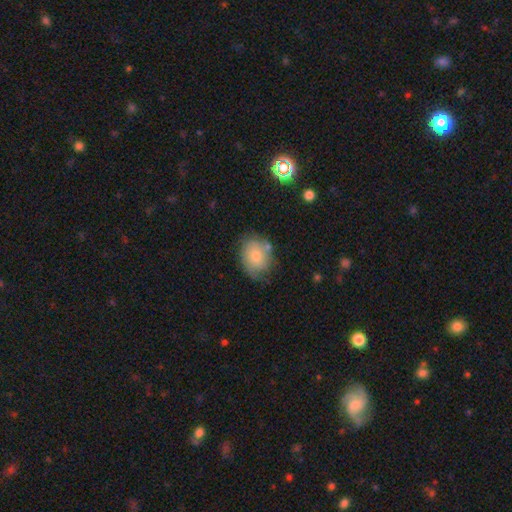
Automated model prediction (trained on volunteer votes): Overall: smooth (64%; featured or disk 27%). How rounded: in between (51%; round 48%). Merging: none (64%).